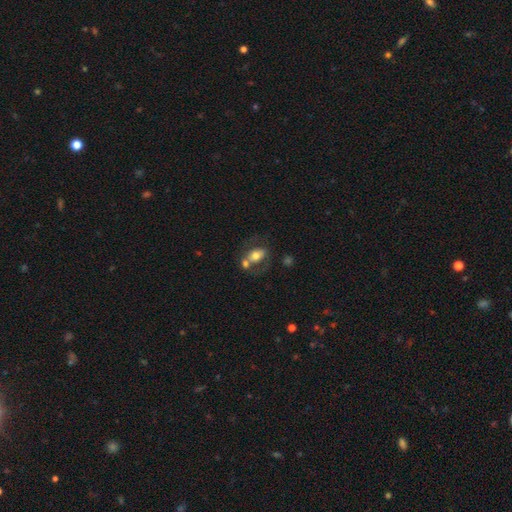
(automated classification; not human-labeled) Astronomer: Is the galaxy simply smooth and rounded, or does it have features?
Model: smooth — 55% (runner-up: featured or disk, 36%).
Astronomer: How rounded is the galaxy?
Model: in between — 77%.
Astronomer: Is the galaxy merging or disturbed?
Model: none — 39% (runner-up: merger, 35%).